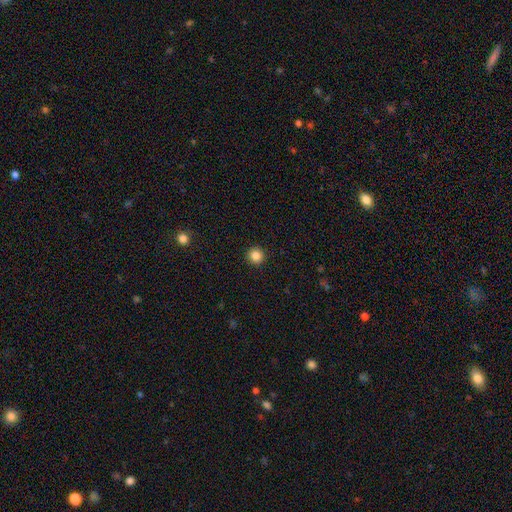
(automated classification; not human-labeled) Smooth or featured: smooth — 85% (star or artifact — 11%)
How rounded: round — 95% (in between — 4%)
Merging: none — 93% (minor disturbance — 4%)